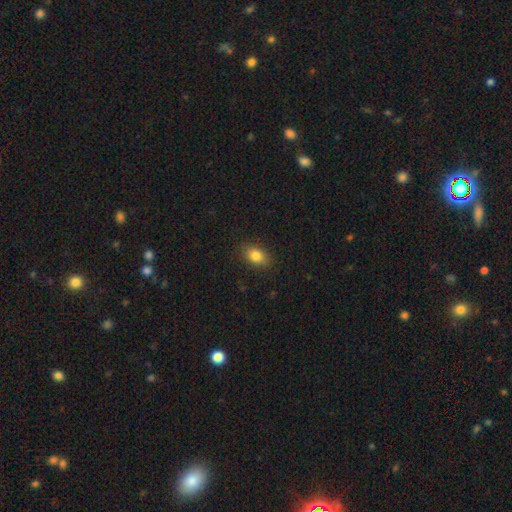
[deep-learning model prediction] This appears to be a smooth galaxy with no disk features (84%) that is in between round and cigar-shaped (81%). Merging: none (87%).